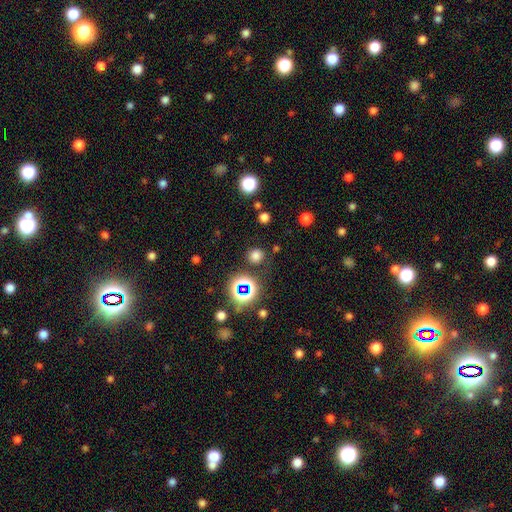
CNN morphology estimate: smooth_or_featured: smooth (p=0.68) [alt: star or artifact p=0.26]
how_rounded: round (p=0.89) [alt: in between p=0.10]
merging: none (p=0.85) [alt: minor disturbance p=0.09]